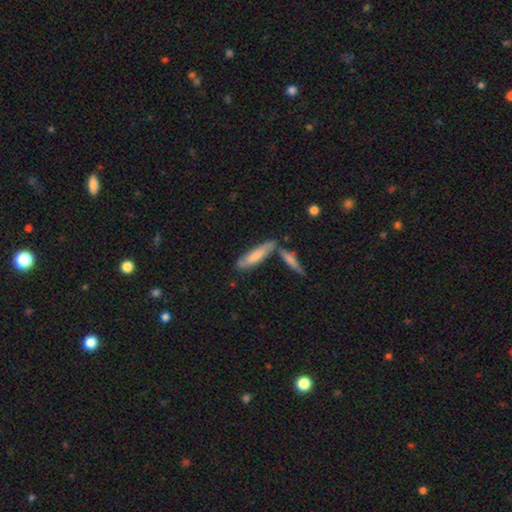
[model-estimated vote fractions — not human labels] Smooth or featured?
  - smooth: 69% *
  - featured or disk: 26%
  - star or artifact: 6%
How rounded?
  - cigar-shaped: 67% *
  - in between: 31%
  - round: 2%
Merging?
  - none: 58% *
  - merger: 24%
  - minor disturbance: 14%
  - major disturbance: 4%